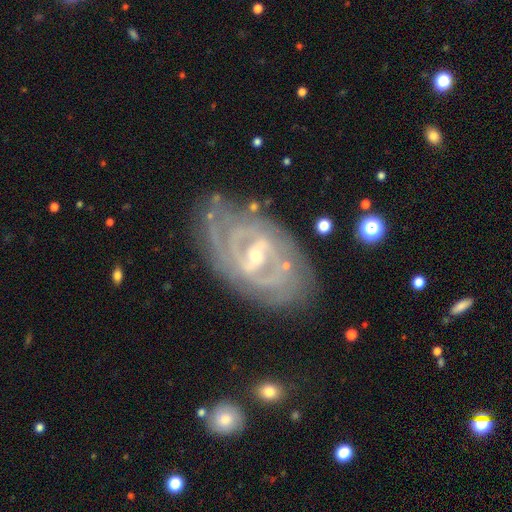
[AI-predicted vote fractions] This appears to be a featured or disk galaxy (87%) with a weak bar (45%), tight (70%) spiral arms (94%) and a small central bulge (58%). Merging: none (72%).